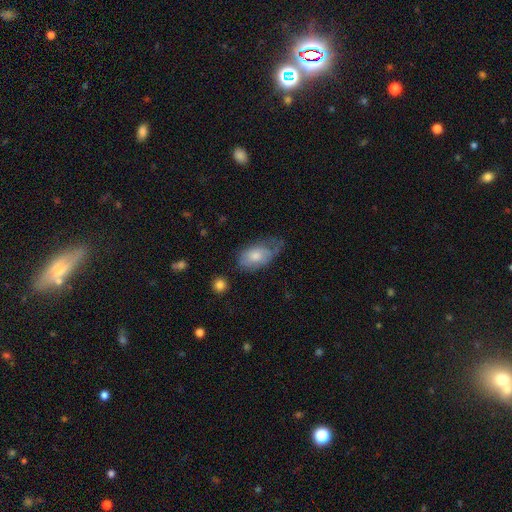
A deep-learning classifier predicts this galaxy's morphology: Smooth or featured: smooth — 69% (featured or disk — 25%)
How rounded: in between — 91% (round — 7%)
Merging: minor disturbance — 38% (none — 31%)